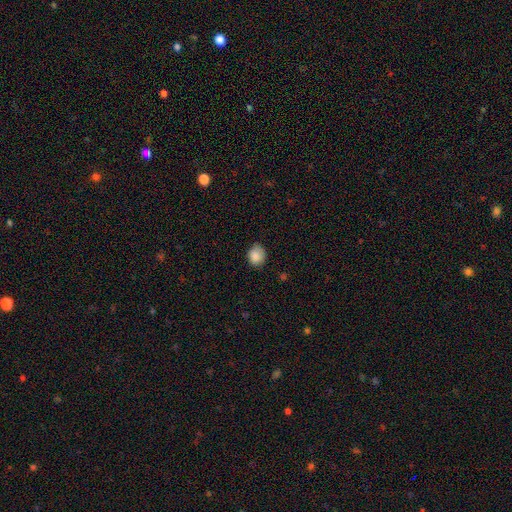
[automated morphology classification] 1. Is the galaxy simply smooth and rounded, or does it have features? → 86% smooth, 9% star or artifact, 5% featured or disk.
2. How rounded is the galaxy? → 68% round, 31% in between, 1% cigar-shaped.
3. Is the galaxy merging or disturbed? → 71% none, 24% minor disturbance, 4% major disturbance, 1% merger.